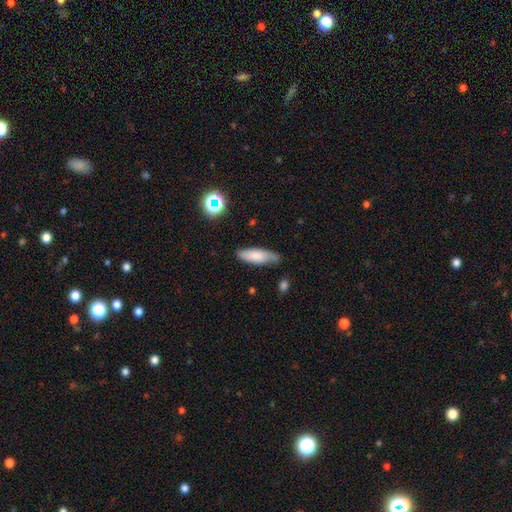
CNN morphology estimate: smooth 75%, featured or disk 17%, star or artifact 8%. Down the decision tree: how rounded — in between (51%); merging — none (72%).